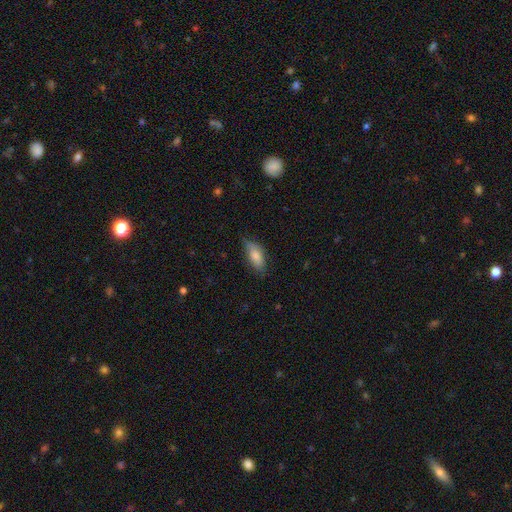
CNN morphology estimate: Overall: smooth (78%). How rounded: in between (84%). Merging: none (63%; minor disturbance 29%).